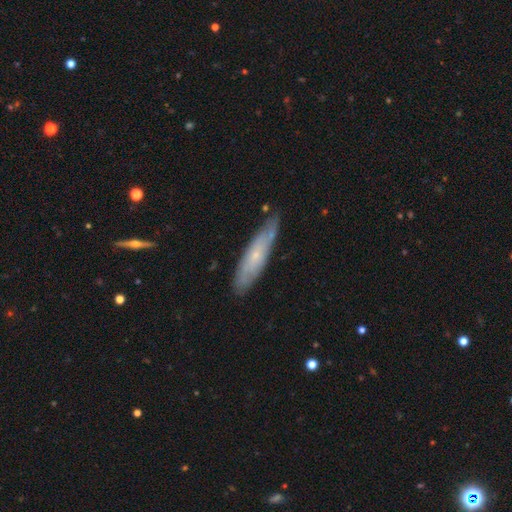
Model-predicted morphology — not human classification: A featured or disk galaxy (53%) viewed edge-on (51%).

Vote fractions:
- Smooth or featured? featured or disk: 53% / smooth: 41% / star or artifact: 7%
- Edge-on disk? yes: 51% / no: 49%
- Merging? none: 78% / minor disturbance: 17% / major disturbance: 3% / merger: 2%